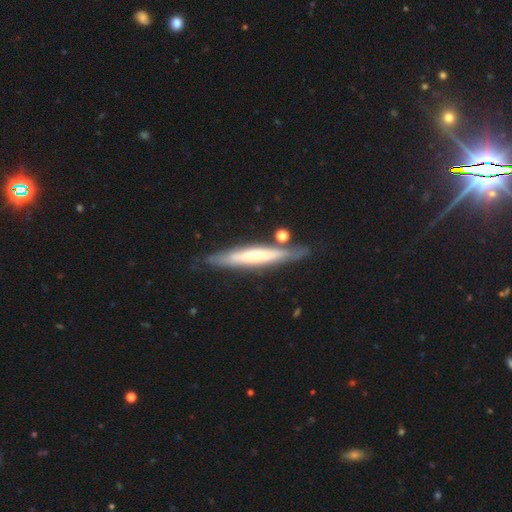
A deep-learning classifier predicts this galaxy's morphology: Smooth or featured: featured or disk — 63% (smooth — 31%)
Edge-on disk: yes — 77% (no — 23%)
Merging: none — 76% (minor disturbance — 15%)